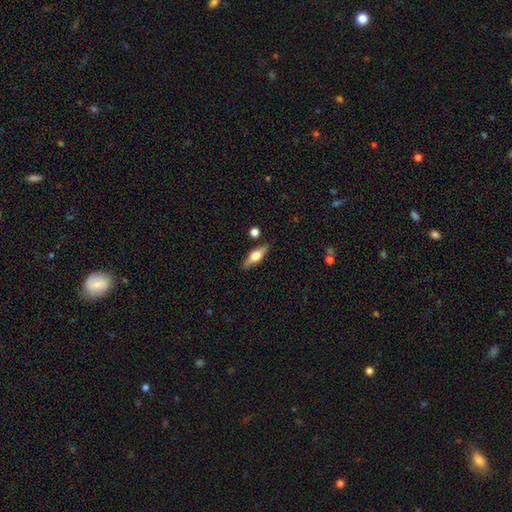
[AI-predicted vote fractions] Smooth or featured: featured or disk — 54% (smooth — 40%)
Edge-on disk: yes — 91% (no — 9%)
Merging: none — 84% (minor disturbance — 10%)